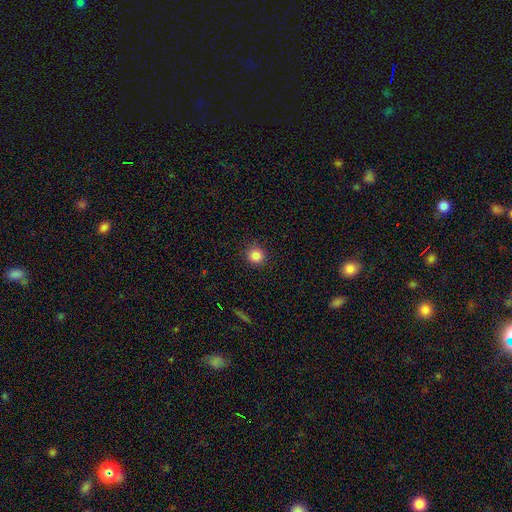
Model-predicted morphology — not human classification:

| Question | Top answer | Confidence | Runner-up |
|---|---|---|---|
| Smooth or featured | smooth | 84% | star or artifact (11%) |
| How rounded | round | 93% | in between (6%) |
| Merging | none | 90% | minor disturbance (7%) |